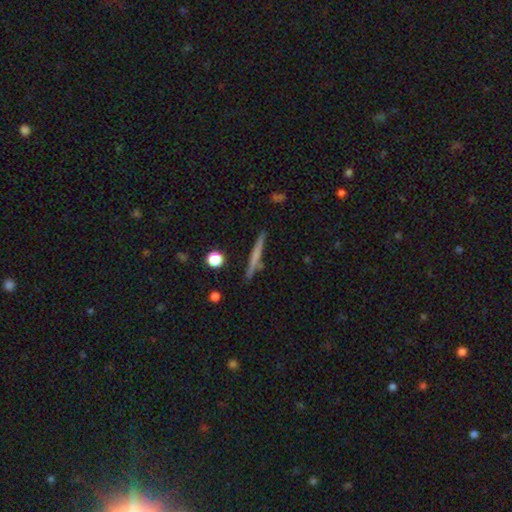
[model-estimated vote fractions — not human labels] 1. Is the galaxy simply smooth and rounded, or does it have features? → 50% smooth, 43% featured or disk, 7% star or artifact.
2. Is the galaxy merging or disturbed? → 87% none, 8% minor disturbance, 3% merger, 2% major disturbance.